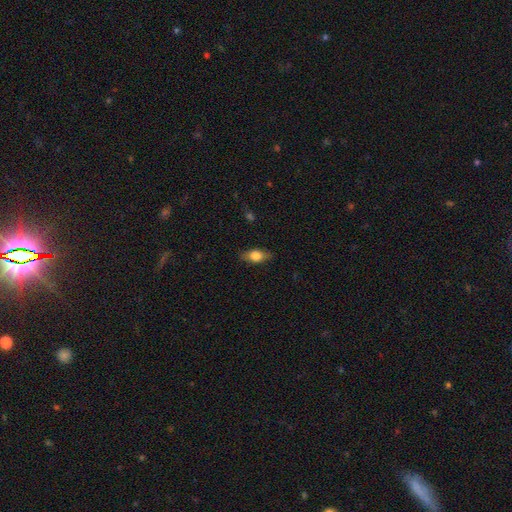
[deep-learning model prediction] This is likely a smooth galaxy (73%). How rounded: clearly in between (81%). Merging: clearly none (82%).